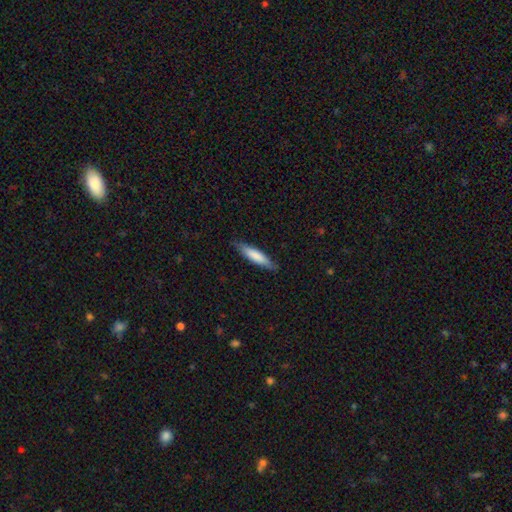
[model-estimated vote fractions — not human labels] Smooth or featured: smooth — 76% (featured or disk — 19%)
How rounded: cigar-shaped — 80% (in between — 19%)
Merging: none — 85% (minor disturbance — 12%)